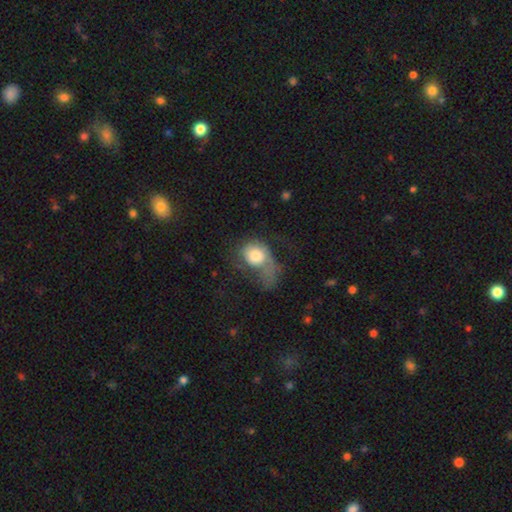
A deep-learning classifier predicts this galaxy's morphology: Smooth or featured? smooth (66%)
How rounded? round (54%)
Merging? major disturbance (60%)